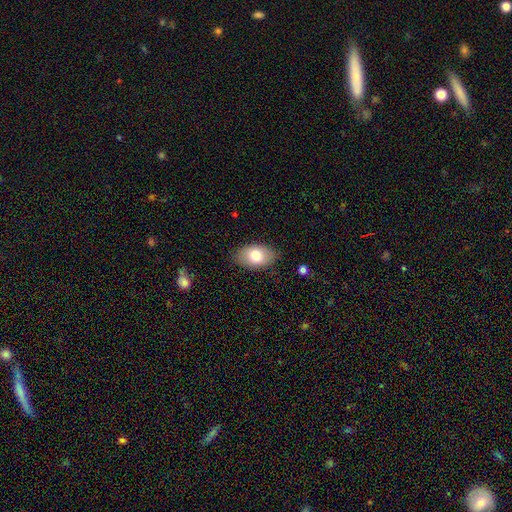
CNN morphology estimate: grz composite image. It shows a smooth galaxy with no disk features (76%) that is in between round and cigar-shaped (91%). Merging: none (85%).